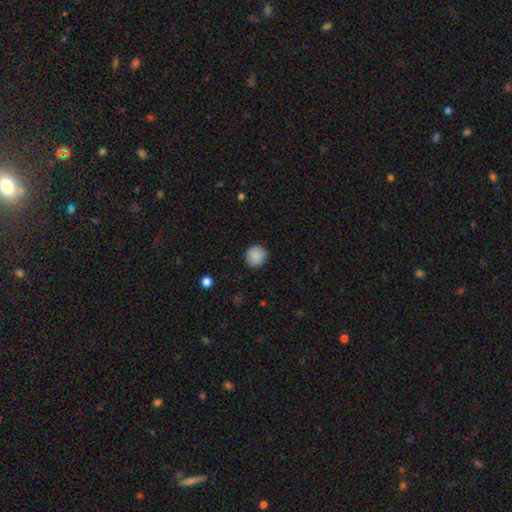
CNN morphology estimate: smooth-or-featured: smooth: 88% | star or artifact: 8% | featured or disk: 4%
  how-rounded: round: 91% | in between: 8% | cigar-shaped: 1%
  merging: none: 90% | minor disturbance: 7% | major disturbance: 2% | merger: 1%